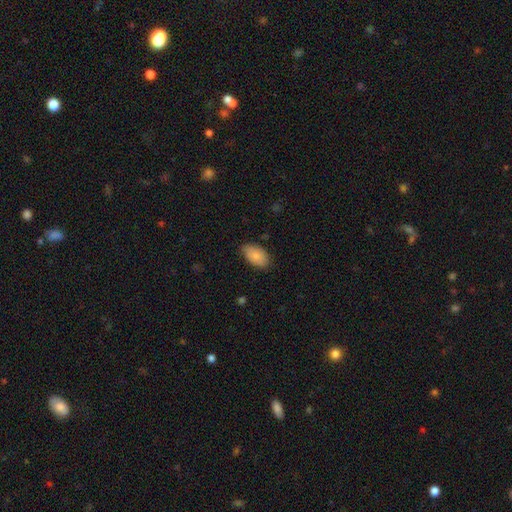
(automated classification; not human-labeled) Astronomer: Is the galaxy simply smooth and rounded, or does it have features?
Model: smooth — 85%.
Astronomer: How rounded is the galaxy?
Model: in between — 93%.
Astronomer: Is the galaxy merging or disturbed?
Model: none — 79%.